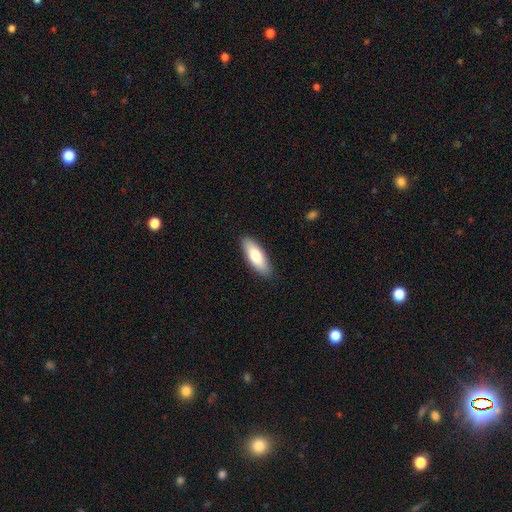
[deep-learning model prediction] A smooth galaxy with no disk features (78%) that is in between round and cigar-shaped (65%).

Vote fractions:
- Smooth or featured? smooth: 78% / featured or disk: 16% / star or artifact: 6%
- How rounded? in between: 65% / cigar-shaped: 33% / round: 2%
- Merging? none: 88% / minor disturbance: 9% / major disturbance: 2% / merger: 1%